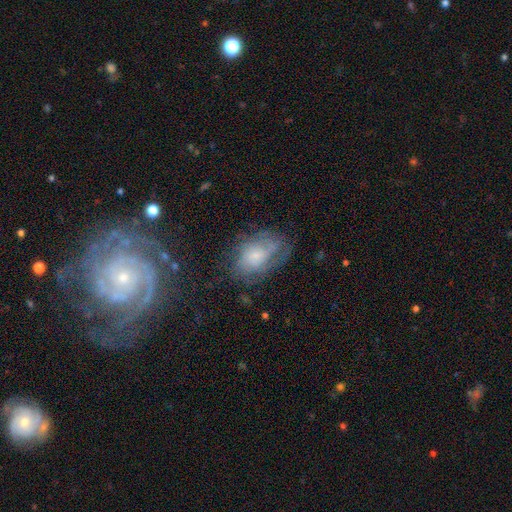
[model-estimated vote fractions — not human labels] A featured or disk galaxy (52%). Merging: none (54%).